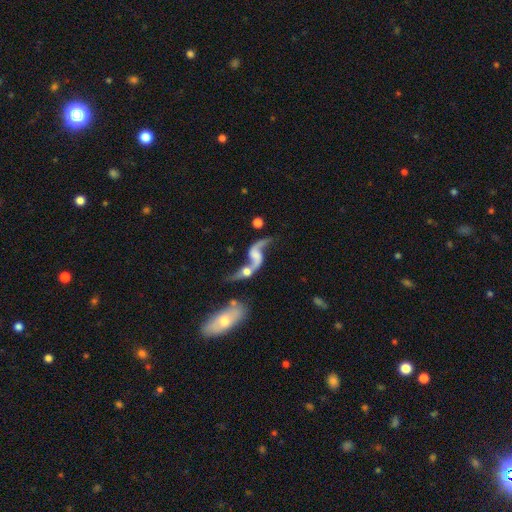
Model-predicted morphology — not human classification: Q: Smooth or featured?
A: featured or disk (83%); runner-up: smooth (10%)
Q: Edge-on disk?
A: no (95%); runner-up: yes (5%)
Q: Bar?
A: no (52%); runner-up: weak (37%)
Q: Spiral arms?
A: yes (91%); runner-up: no (9%)
Q: Spiral winding?
A: loose (90%); runner-up: medium (8%)
Q: Spiral arm count?
A: 2 (90%); runner-up: 1 (5%)
Q: Bulge size?
A: none (40%); runner-up: small (26%)
Q: Merging?
A: merger (48%); runner-up: none (29%)